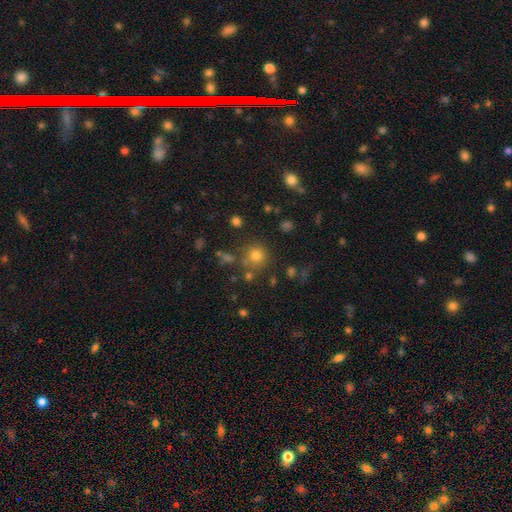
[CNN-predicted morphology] Smooth or featured? smooth (74%)
How rounded? round (92%)
Merging? none (76%)